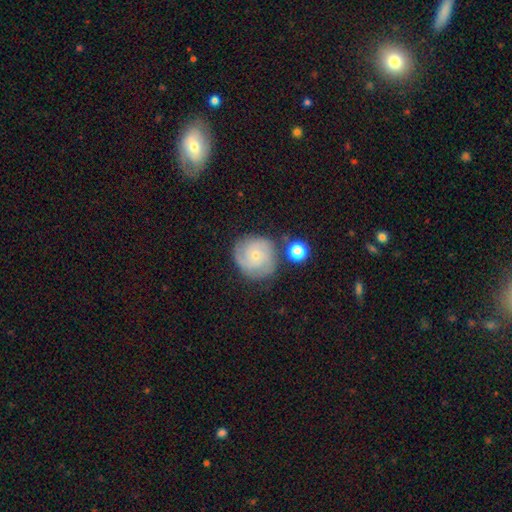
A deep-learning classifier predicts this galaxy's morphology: Smooth or featured? featured or disk (70%)
Edge-on disk? no (98%)
Bar? no (78%)
Spiral arms? yes (93%)
Spiral winding? tight (56%)
Spiral arm count? 2 (31%)
Bulge size? small (78%)
Merging? none (73%)